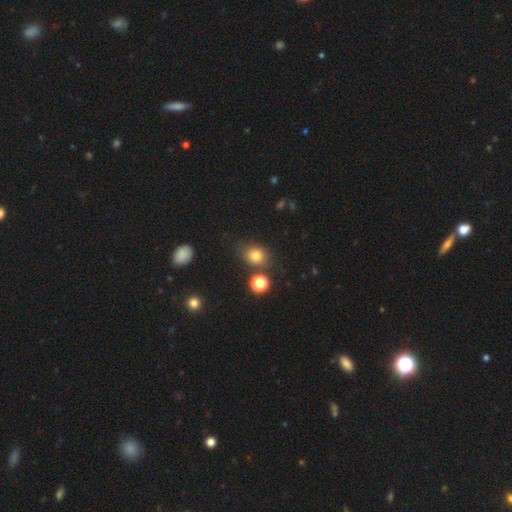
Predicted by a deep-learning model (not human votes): Smooth or featured: smooth — 77% (star or artifact — 15%)
How rounded: round — 59% (in between — 40%)
Merging: none — 70% (minor disturbance — 16%)